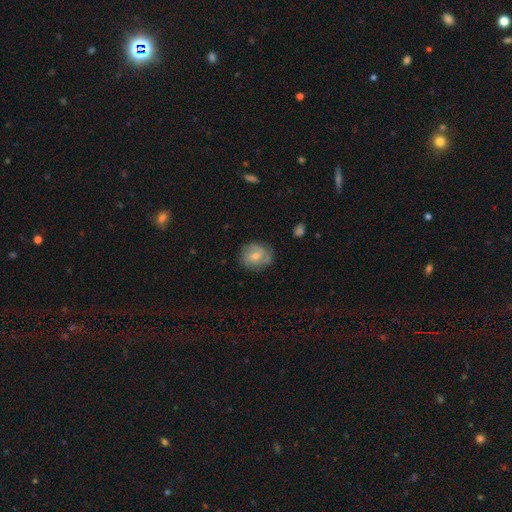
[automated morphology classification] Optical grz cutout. It shows a smooth galaxy with no disk features (53%) that is round (64%). Merging: none (70%).